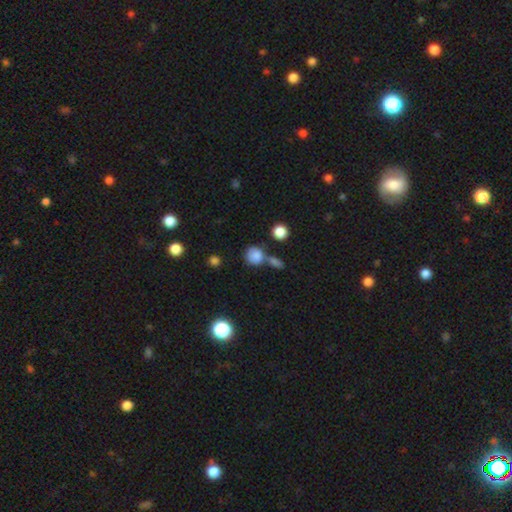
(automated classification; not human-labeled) A smooth galaxy with no disk features (81%) that is round (82%). Merging: none (50%).